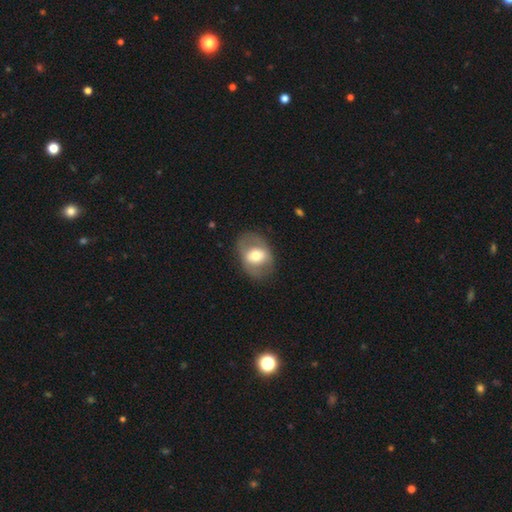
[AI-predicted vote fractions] The model was most divided on "smooth or featured": smooth: 50%, featured or disk: 43%, star or artifact: 7%. More confident: merging — none (78%).